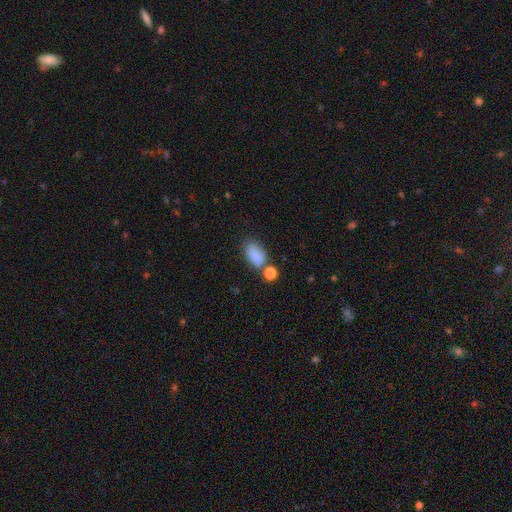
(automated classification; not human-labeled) Morphology: type=smooth (83%); roundness=in between (87%); merging=none (55%).